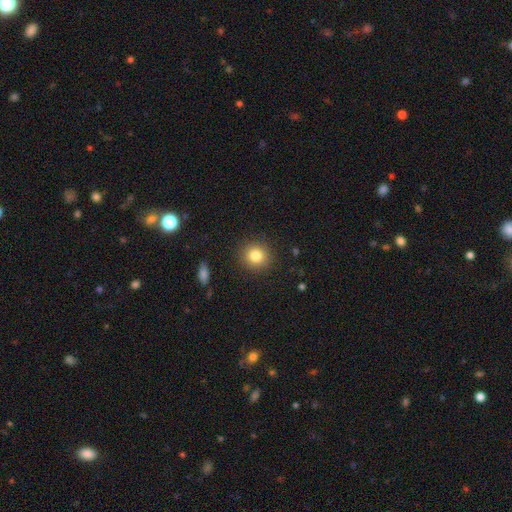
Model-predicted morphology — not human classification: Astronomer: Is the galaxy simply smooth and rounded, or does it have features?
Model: smooth — 82%.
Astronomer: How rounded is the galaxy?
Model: round — 89%.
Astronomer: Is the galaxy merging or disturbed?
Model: none — 90%.